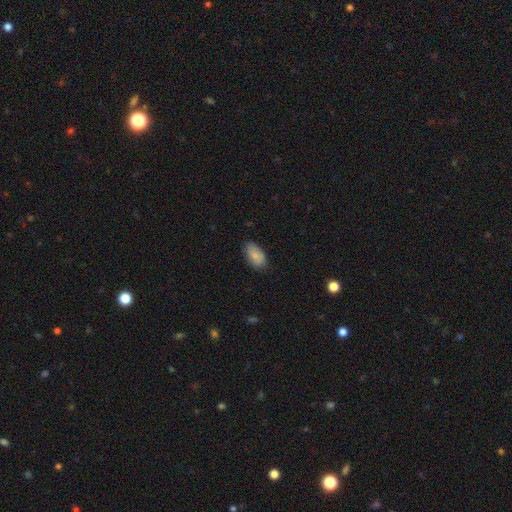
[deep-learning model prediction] smooth_or_featured: smooth (p=0.84) [alt: featured or disk p=0.10]
how_rounded: in between (p=0.93) [alt: round p=0.04]
merging: none (p=0.81) [alt: minor disturbance p=0.15]